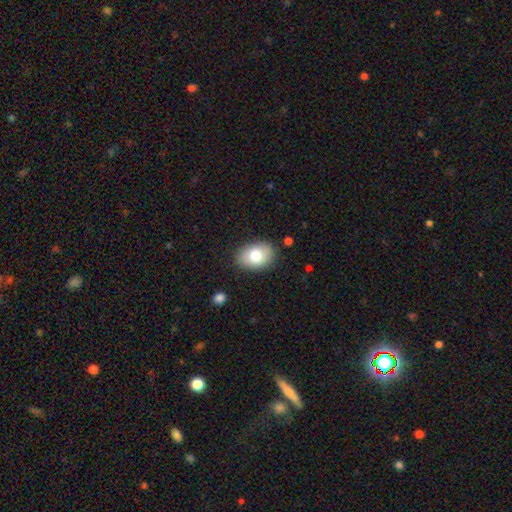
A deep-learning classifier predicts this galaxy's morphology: Smooth or featured? smooth (79%)
How rounded? in between (85%)
Merging? none (85%)